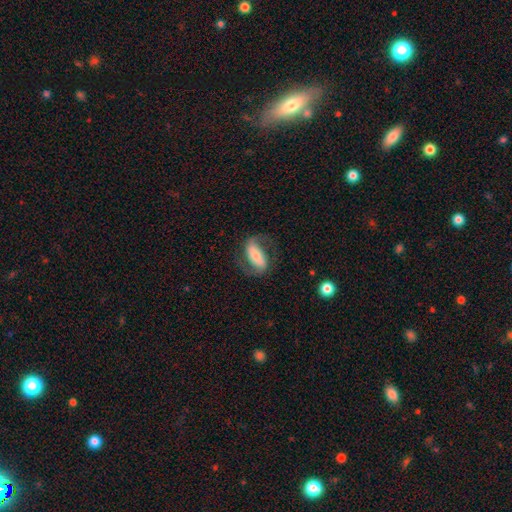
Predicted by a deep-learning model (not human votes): Smooth or featured: featured or disk — 65% (smooth — 28%)
Edge-on disk: no — 93% (yes — 7%)
Bar: strong — 56% (weak — 24%)
Spiral arms: yes — 87% (no — 13%)
Spiral winding: medium — 46% (loose — 37%)
Spiral arm count: 2 — 88% (1 — 5%)
Bulge size: moderate — 39% (small — 38%)
Merging: none — 69% (minor disturbance — 17%)